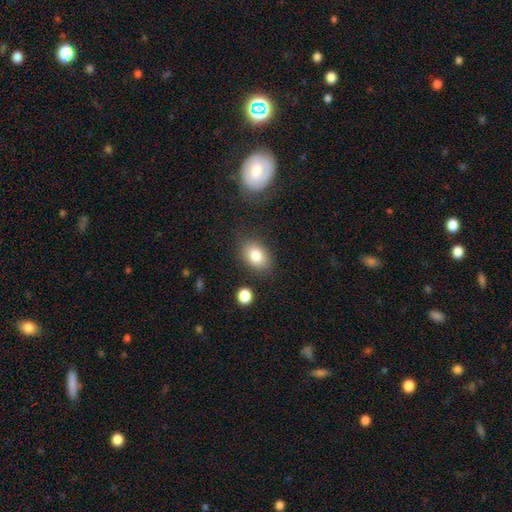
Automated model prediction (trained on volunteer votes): smooth-or-featured: smooth: 83% | featured or disk: 9% | star or artifact: 8%
  how-rounded: in between: 81% | round: 18% | cigar-shaped: 1%
  merging: none: 81% | minor disturbance: 12% | major disturbance: 4% | merger: 3%